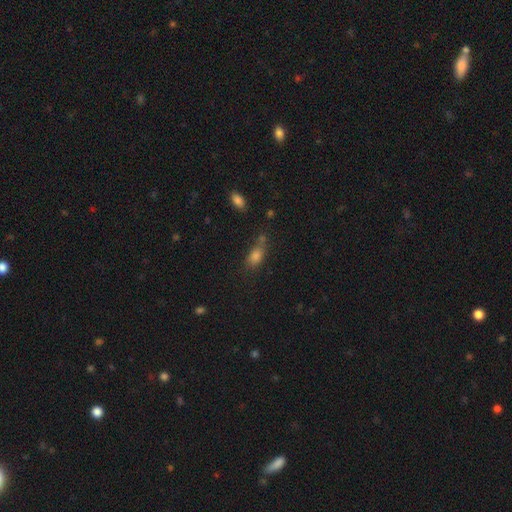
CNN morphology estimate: A smooth galaxy with no disk features (76%) that is in between round and cigar-shaped (77%). Merging: none (52%).